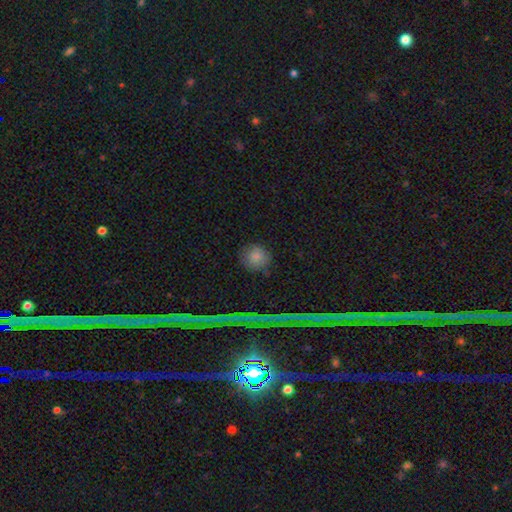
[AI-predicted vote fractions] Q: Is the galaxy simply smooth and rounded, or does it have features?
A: smooth — 73%.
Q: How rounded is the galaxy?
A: round — 92%.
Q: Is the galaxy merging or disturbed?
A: none — 88%.